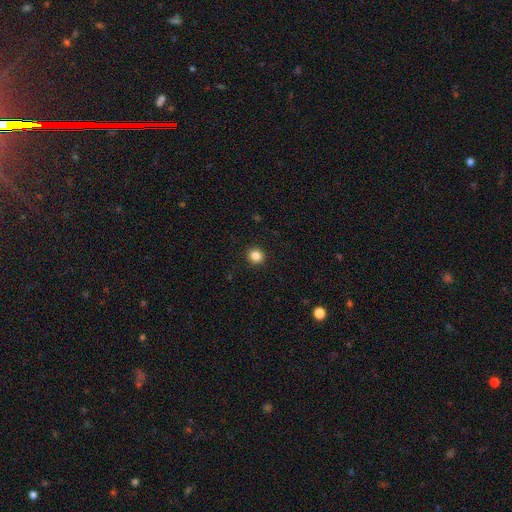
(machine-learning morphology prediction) This is clearly a smooth galaxy (86%). How rounded: clearly round (85%). Merging: clearly none (92%).